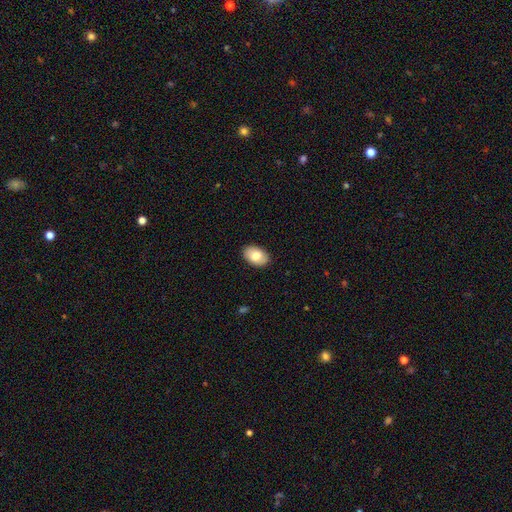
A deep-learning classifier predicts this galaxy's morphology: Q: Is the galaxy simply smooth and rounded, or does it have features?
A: smooth — 82%.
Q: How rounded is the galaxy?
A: in between — 89%.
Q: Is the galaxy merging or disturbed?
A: none — 89%.